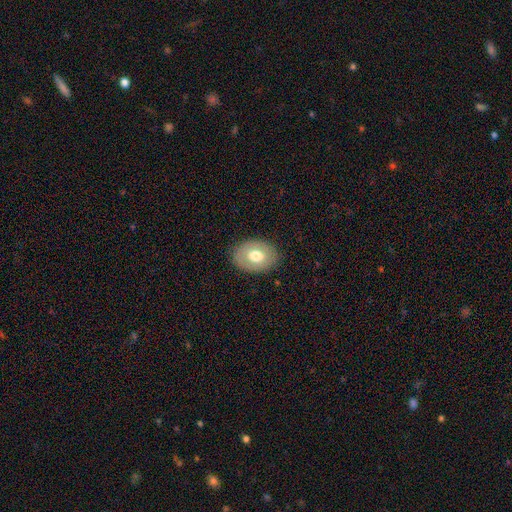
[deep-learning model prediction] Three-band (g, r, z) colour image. It shows a smooth galaxy with no disk features (65%) that is in between round and cigar-shaped (72%). Merging: none (84%).